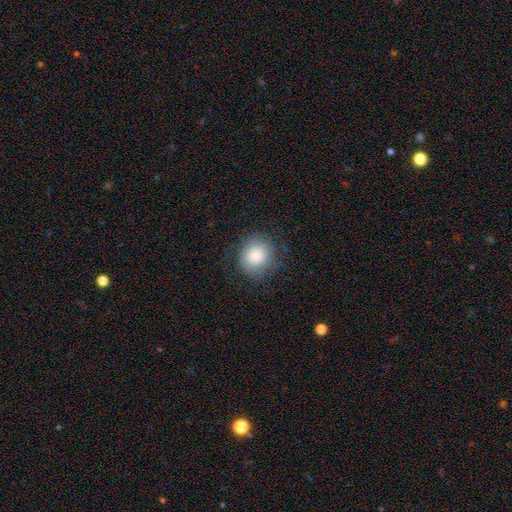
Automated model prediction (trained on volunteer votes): The model was most divided on "merging": none: 75%, minor disturbance: 15%, major disturbance: 9%, merger: 1%. More confident: how rounded — round (86%); smooth or featured — smooth (77%).